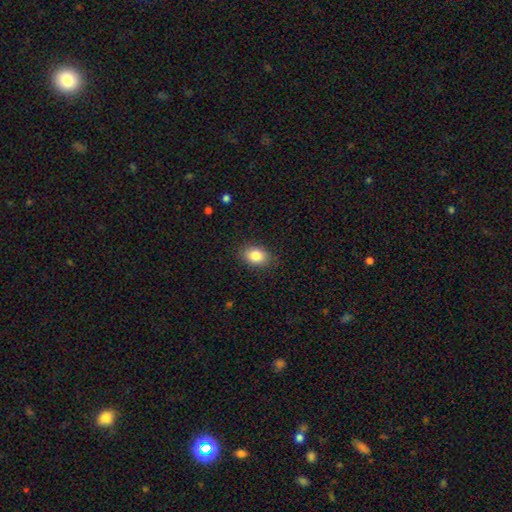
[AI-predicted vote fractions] Smooth or featured? smooth (85%)
How rounded? in between (74%)
Merging? none (87%)